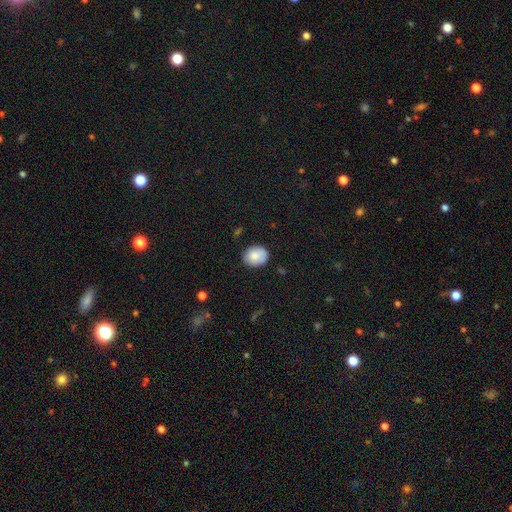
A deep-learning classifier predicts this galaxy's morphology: Overall: smooth (80%). How rounded: round (50%; in between 49%). Merging: none (71%).